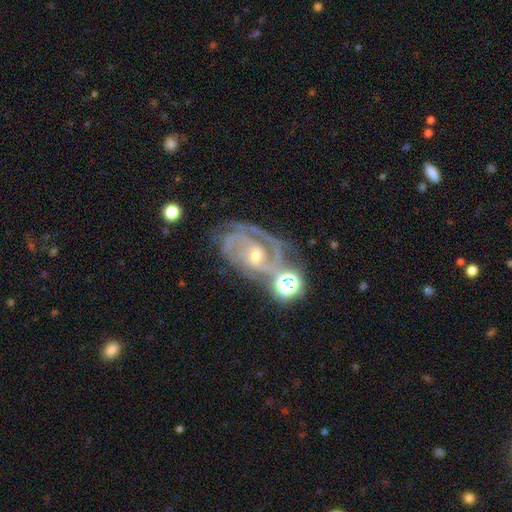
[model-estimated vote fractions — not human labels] smooth-or-featured: featured or disk: 87% | star or artifact: 8% | smooth: 5%
  disk-edge-on: no: 97% | yes: 3%
    bar: no: 51% | weak: 35% | strong: 14%
    has-spiral-arms: yes: 97% | no: 3%
      spiral-winding: tight: 52% | medium: 40% | loose: 8%
      spiral-arm-count: 2: 43% | 3: 27% | can't tell: 16% | 1: 5% | 4: 5% | more than 4: 4%
    bulge-size: small: 53% | moderate: 43% | large: 2% | none: 1% | dominant: 1%
  merging: none: 52% | minor disturbance: 22% | major disturbance: 15% | merger: 10%